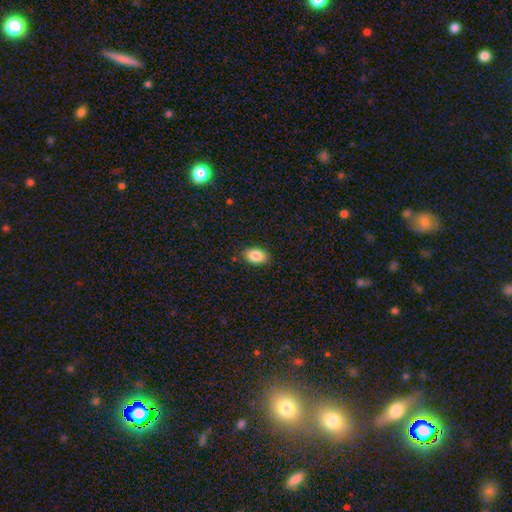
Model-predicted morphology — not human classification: This is clearly a smooth galaxy (85%). How rounded: clearly in between (86%). Merging: clearly none (86%).